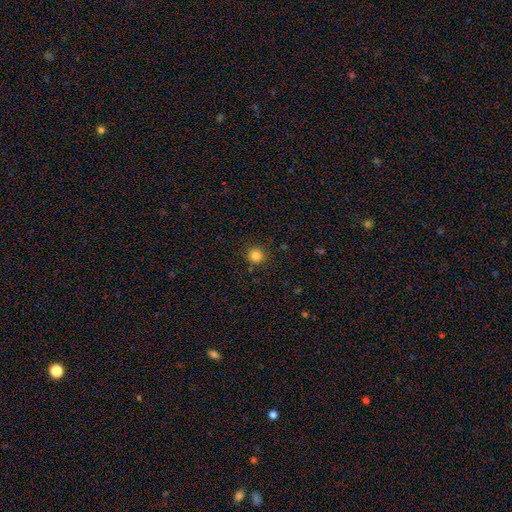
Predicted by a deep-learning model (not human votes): Smooth or featured?
  - smooth: 84% *
  - star or artifact: 12%
  - featured or disk: 4%
How rounded?
  - round: 92% *
  - in between: 7%
  - cigar-shaped: 1%
Merging?
  - none: 89% *
  - minor disturbance: 7%
  - major disturbance: 2%
  - merger: 1%